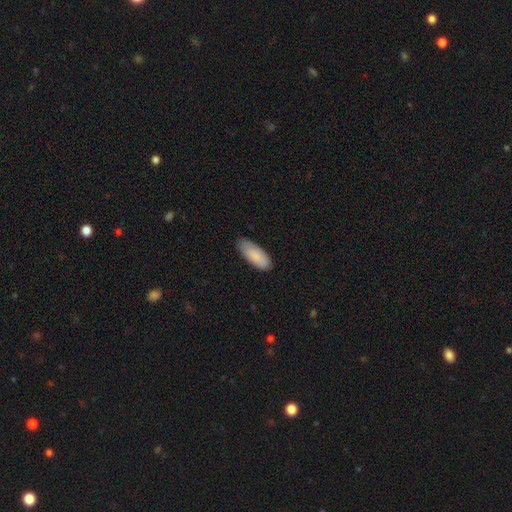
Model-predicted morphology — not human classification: Smooth or featured? Predicted: smooth (p=0.86). How rounded? Predicted: in between (p=0.80). Merging? Predicted: none (p=0.79).